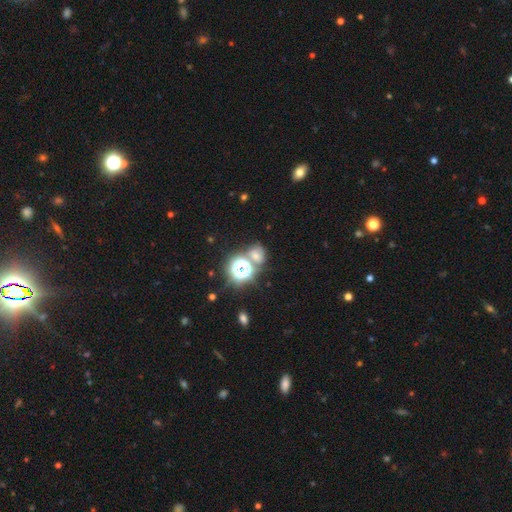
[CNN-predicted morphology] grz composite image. It shows a smooth galaxy with no disk features (43%). Merging: none (53%).